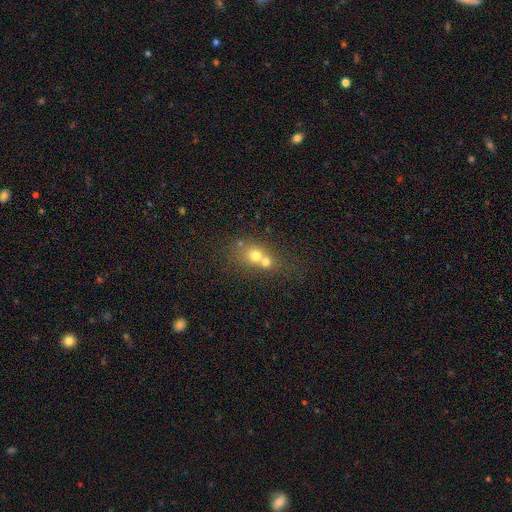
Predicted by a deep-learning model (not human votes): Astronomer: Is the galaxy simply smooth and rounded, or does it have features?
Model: smooth — 66%.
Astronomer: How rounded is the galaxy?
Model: round — 73%.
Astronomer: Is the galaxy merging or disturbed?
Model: merger — 64%.